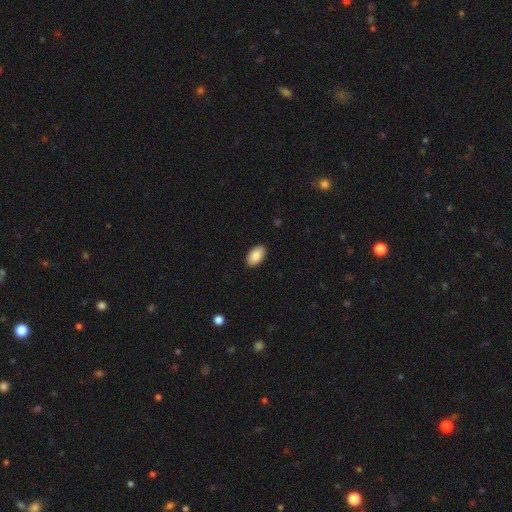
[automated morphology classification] A smooth galaxy with no disk features (88%) that is in between round and cigar-shaped (94%).

Vote fractions:
- Smooth or featured? smooth: 88% / star or artifact: 7% / featured or disk: 5%
- How rounded? in between: 94% / round: 5% / cigar-shaped: 1%
- Merging? none: 90% / minor disturbance: 7% / major disturbance: 2% / merger: 1%